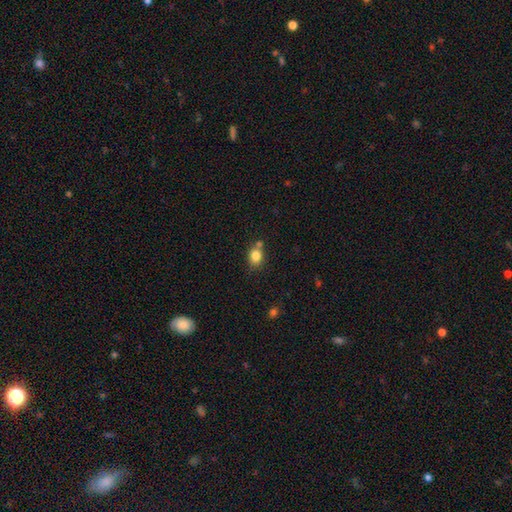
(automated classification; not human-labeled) Overall: smooth (83%). How rounded: round (57%; in between 42%). Merging: none (62%).